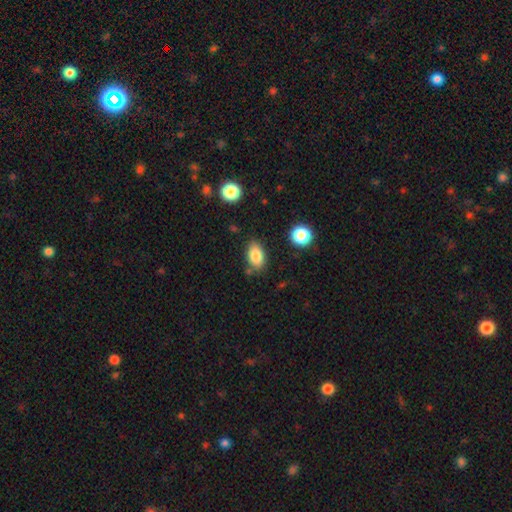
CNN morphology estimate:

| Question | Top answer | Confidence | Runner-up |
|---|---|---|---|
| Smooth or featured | smooth | 84% | star or artifact (9%) |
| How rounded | in between | 88% | round (10%) |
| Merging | none | 74% | minor disturbance (17%) |